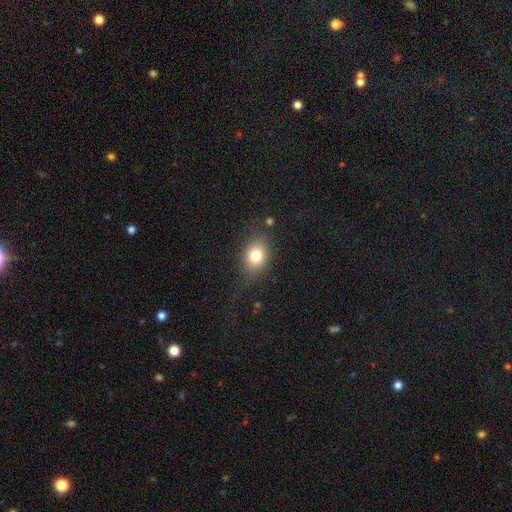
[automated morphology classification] smooth-or-featured: smooth: 77% | featured or disk: 12% | star or artifact: 11%
  how-rounded: in between: 58% | round: 41% | cigar-shaped: 1%
  merging: none: 73% | minor disturbance: 17% | major disturbance: 8% | merger: 2%